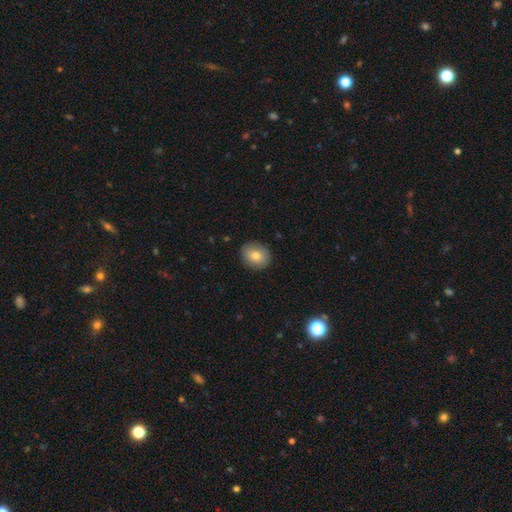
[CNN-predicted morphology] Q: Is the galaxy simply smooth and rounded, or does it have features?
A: smooth — 78%.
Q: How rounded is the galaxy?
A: round — 64%.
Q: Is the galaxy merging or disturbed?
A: none — 88%.